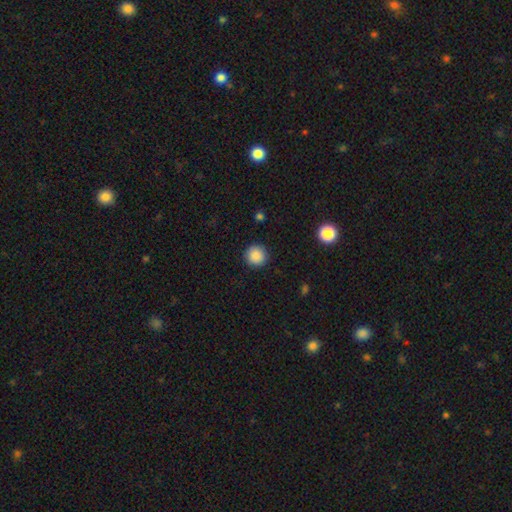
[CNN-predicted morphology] This is clearly a smooth galaxy (88%). How rounded: clearly round (95%). Merging: clearly none (91%).